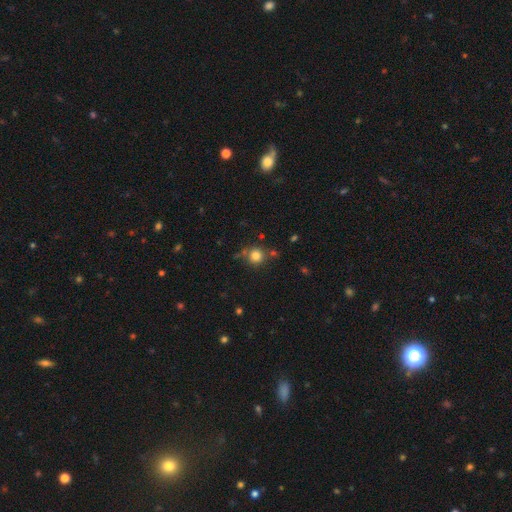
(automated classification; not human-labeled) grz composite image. It shows a smooth galaxy with no disk features (80%) that is round (92%). Merging: none (75%).